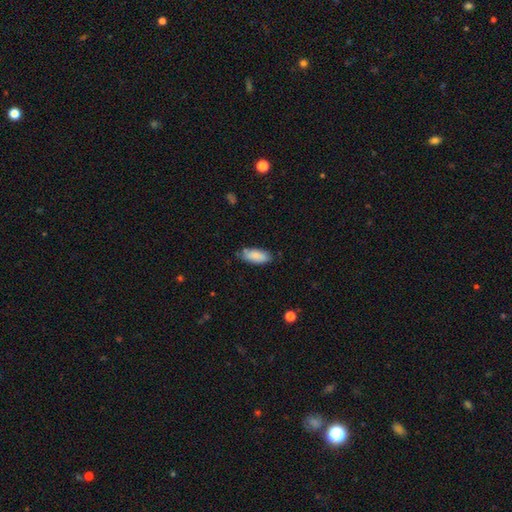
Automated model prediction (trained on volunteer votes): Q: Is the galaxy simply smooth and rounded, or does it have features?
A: smooth — 84%.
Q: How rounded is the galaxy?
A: in between — 85%.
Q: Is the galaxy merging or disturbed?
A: none — 73%.